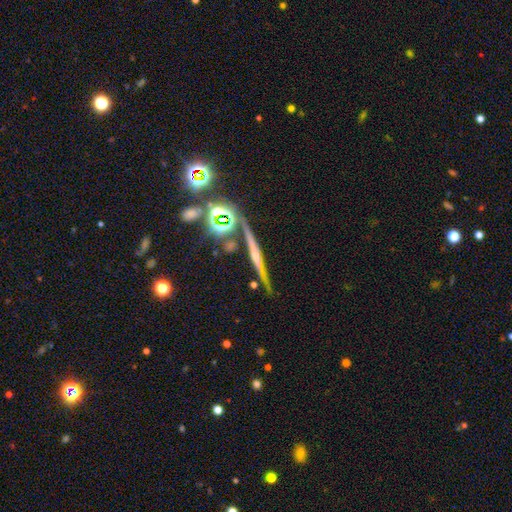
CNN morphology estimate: A featured or disk galaxy (59%) viewed edge-on (92%) with a rounded central bulge (47%). Merging: none (78%).